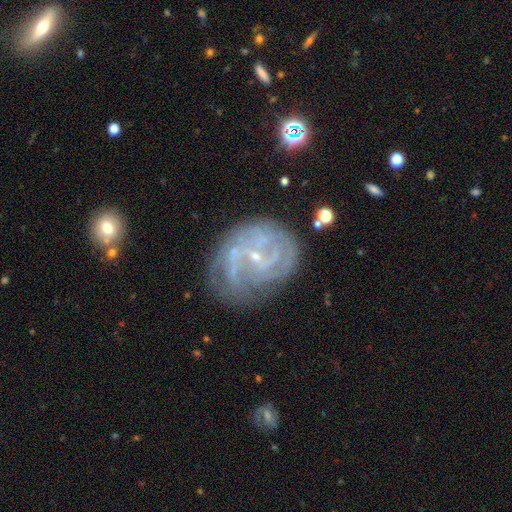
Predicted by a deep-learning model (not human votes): Smooth or featured: featured or disk — 80% (smooth — 11%)
Edge-on disk: no — 98% (yes — 2%)
Bar: no — 51% (weak — 37%)
Spiral arms: yes — 86% (no — 14%)
Spiral winding: tight — 55% (medium — 33%)
Spiral arm count: can't tell — 38% (2 — 20%)
Bulge size: small — 83% (moderate — 9%)
Merging: none — 56% (minor disturbance — 22%)